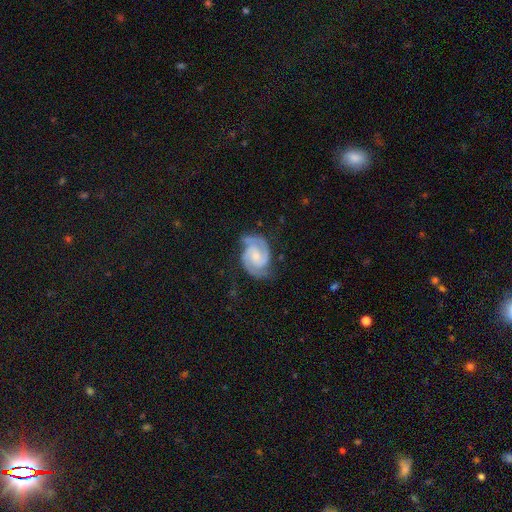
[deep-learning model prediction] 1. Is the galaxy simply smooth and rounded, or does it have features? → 91% featured or disk, 5% smooth, 4% star or artifact.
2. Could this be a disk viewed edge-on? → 98% no, 2% yes.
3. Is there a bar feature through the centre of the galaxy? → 47% no, 42% weak, 11% strong.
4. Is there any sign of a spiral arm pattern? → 98% yes, 2% no.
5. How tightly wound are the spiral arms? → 50% tight, 44% medium, 6% loose.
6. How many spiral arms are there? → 91% 2, 3% 3, 2% can't tell, 1% 1, 1% 4, 1% more than 4.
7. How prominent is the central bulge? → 50% small, 34% moderate, 13% none, 3% large, 1% dominant.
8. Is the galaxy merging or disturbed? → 72% none, 20% minor disturbance, 6% major disturbance, 2% merger.